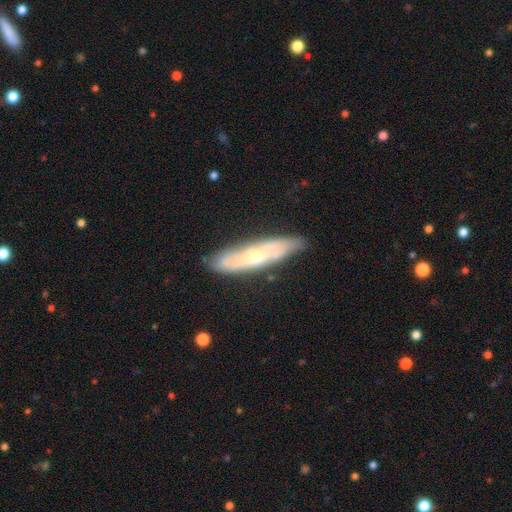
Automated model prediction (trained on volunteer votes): A featured or disk galaxy (61%).

Vote fractions:
- Smooth or featured? featured or disk: 61% / smooth: 33% / star or artifact: 7%
- Edge-on disk? no: 52% / yes: 48%
- Merging? none: 78% / minor disturbance: 17% / major disturbance: 3% / merger: 2%